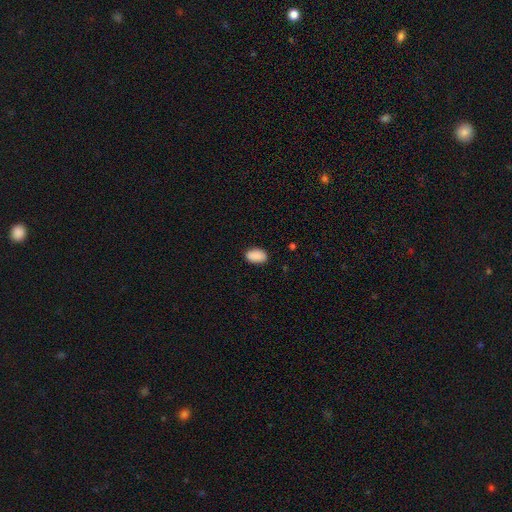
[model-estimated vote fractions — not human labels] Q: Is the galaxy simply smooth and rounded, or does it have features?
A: smooth — 90%.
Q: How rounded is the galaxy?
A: in between — 92%.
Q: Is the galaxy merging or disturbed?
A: none — 87%.